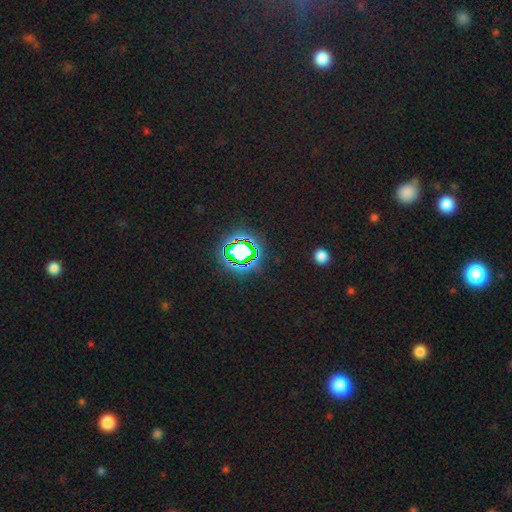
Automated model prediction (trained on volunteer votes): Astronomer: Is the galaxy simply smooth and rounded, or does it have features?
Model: star or artifact — 77%.